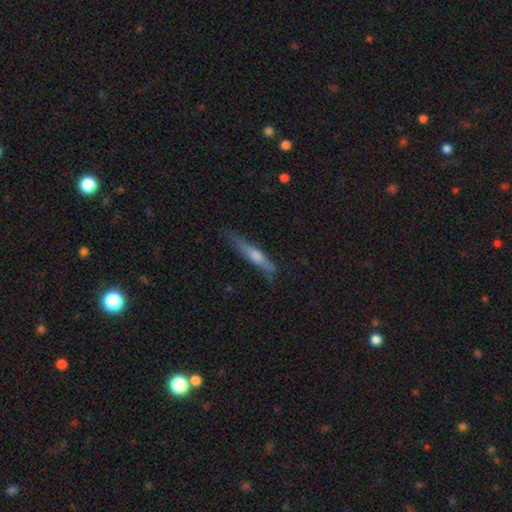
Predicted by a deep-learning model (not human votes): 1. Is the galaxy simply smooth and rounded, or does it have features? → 54% featured or disk, 39% smooth, 7% star or artifact.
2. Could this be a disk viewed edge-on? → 92% yes, 8% no.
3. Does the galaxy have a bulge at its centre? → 76% rounded, 14% none, 10% boxy.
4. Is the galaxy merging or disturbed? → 72% none, 21% minor disturbance, 5% major disturbance, 2% merger.